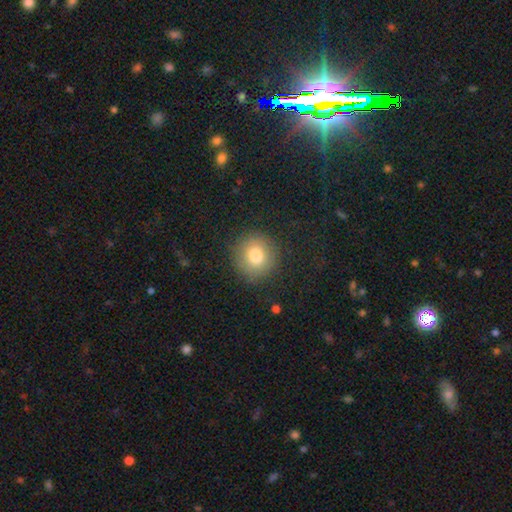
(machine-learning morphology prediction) smooth-or-featured: smooth: 79% | star or artifact: 11% | featured or disk: 11%
  how-rounded: round: 92% | in between: 7% | cigar-shaped: 1%
  merging: none: 88% | minor disturbance: 8% | major disturbance: 3% | merger: 1%